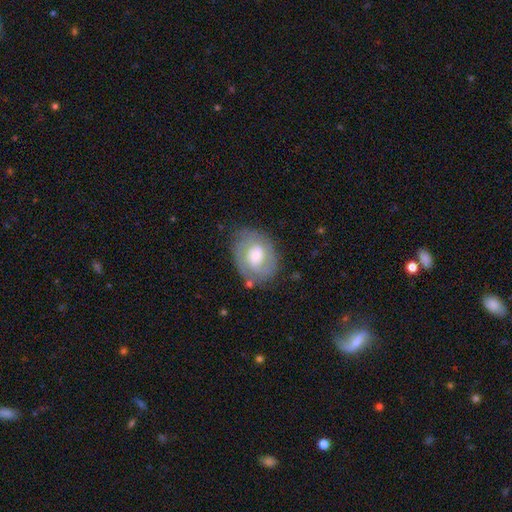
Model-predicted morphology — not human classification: This appears to be a featured or disk galaxy (73%) with no bar (60%), 2 (58%) tight (59%) spiral arms (85%) and a moderate central bulge (48%). Merging: none (74%).